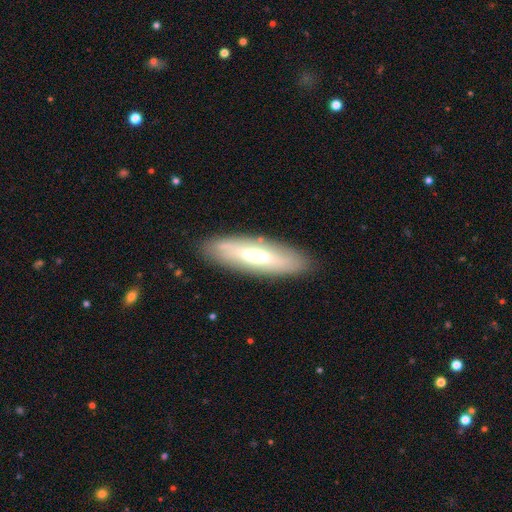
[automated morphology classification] smooth 53%, featured or disk 40%, star or artifact 7%. Down the decision tree: how rounded — cigar-shaped (59%); merging — none (84%).